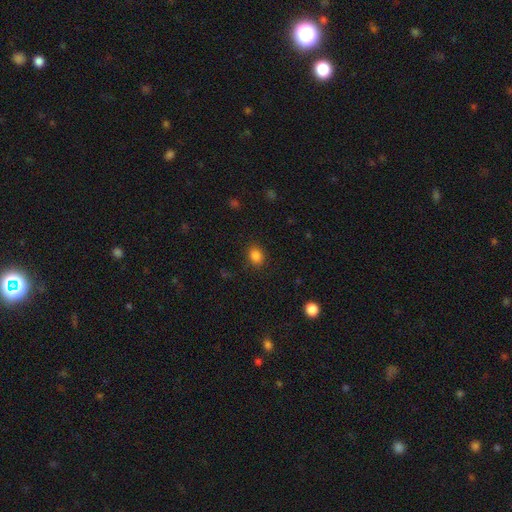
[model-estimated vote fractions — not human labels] Q: Smooth or featured?
A: smooth (84%); runner-up: star or artifact (11%)
Q: How rounded?
A: round (55%); runner-up: in between (44%)
Q: Merging?
A: none (87%); runner-up: minor disturbance (9%)